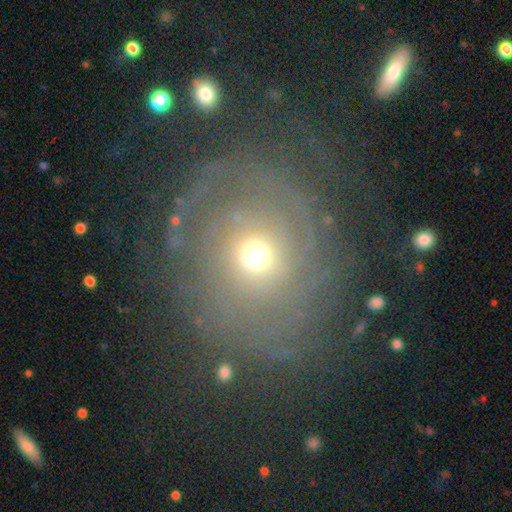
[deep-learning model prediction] Smooth or featured? Predicted: featured or disk (p=0.73). Edge-on disk? Predicted: no (p=0.96). Bar? Predicted: no (p=0.80). Spiral arms? Predicted: yes (p=0.85). Spiral winding? Predicted: tight (p=0.60). Spiral arm count? Predicted: 2 (p=0.35). Bulge size? Predicted: small (p=0.54). Merging? Predicted: none (p=0.69).